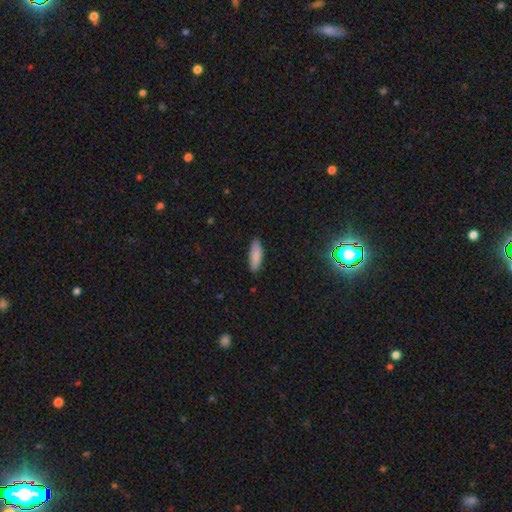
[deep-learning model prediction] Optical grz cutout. It shows a smooth galaxy with no disk features (88%) that is in between round and cigar-shaped (62%). Merging: none (87%).